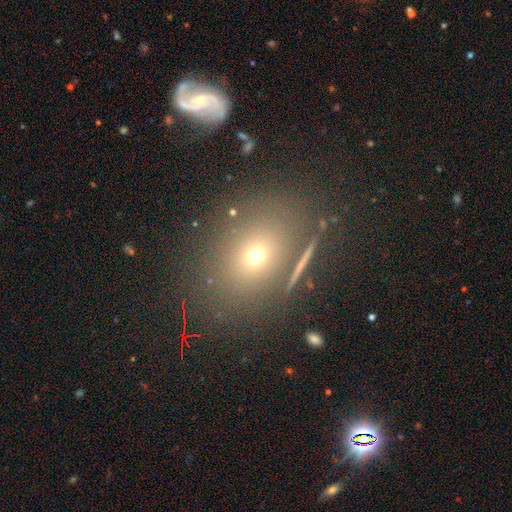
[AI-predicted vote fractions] smooth-or-featured: smooth: 62% | star or artifact: 23% | featured or disk: 15%
  how-rounded: round: 49% (tied) | in between: 49% (tied) | cigar-shaped: 2%
  merging: none: 80% | minor disturbance: 10% | major disturbance: 5% | merger: 5%